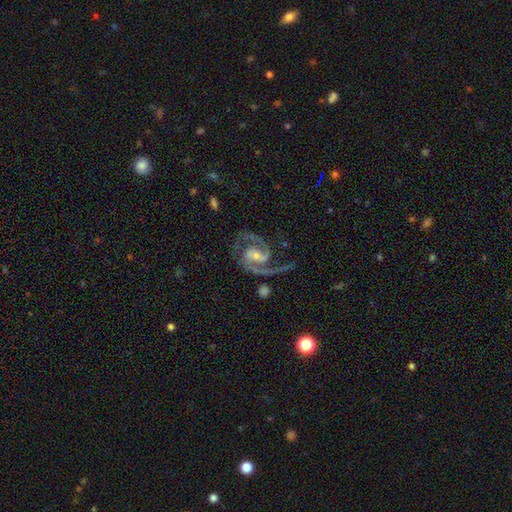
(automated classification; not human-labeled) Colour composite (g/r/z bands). It shows a featured or disk galaxy (94%) with a weak bar (45%), 2 (94%) medium (66%) spiral arms (99%) and a small central bulge (57%). Merging: none (74%).